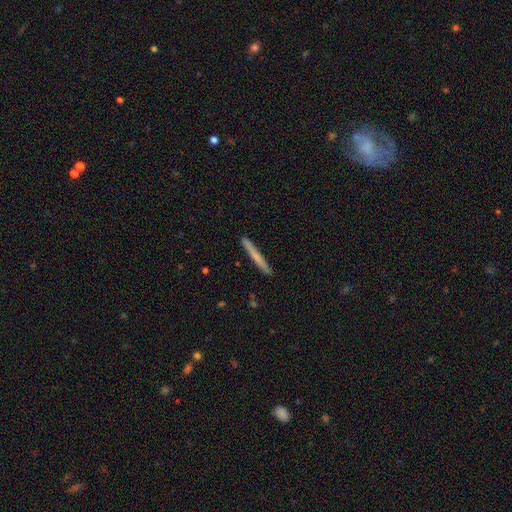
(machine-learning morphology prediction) This is likely a smooth galaxy (61%). How rounded: clearly cigar-shaped (97%). Merging: clearly none (90%).